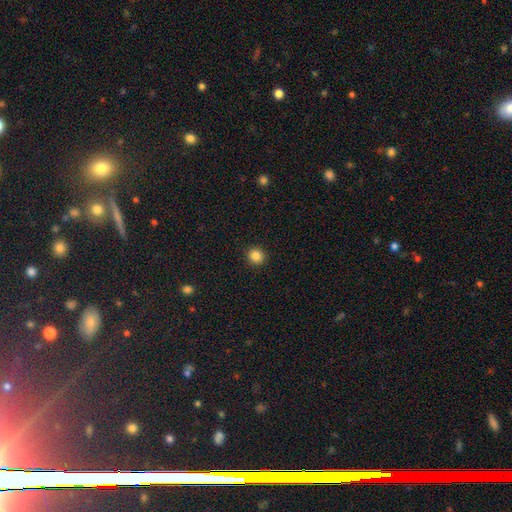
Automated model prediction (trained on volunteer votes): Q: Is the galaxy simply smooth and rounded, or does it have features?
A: smooth — 85%.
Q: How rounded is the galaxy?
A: round — 92%.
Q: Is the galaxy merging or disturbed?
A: none — 93%.